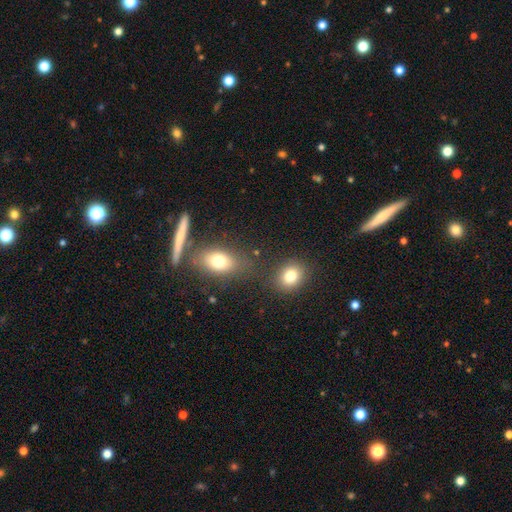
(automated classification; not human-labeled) This appears to be a smooth galaxy with no disk features (64%) that is in between round and cigar-shaped (49%). Merging: none (74%).